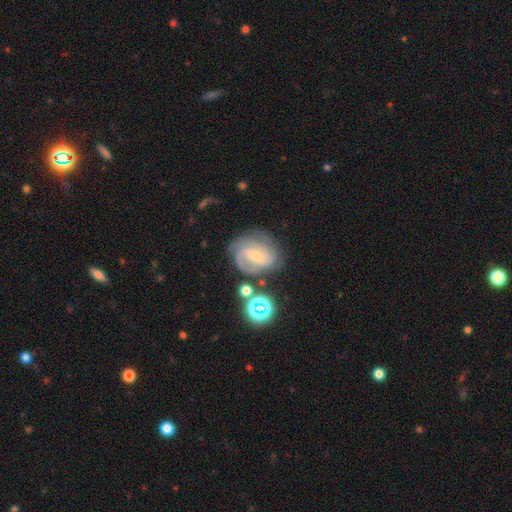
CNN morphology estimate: Q: Smooth or featured?
A: featured or disk (77%); runner-up: smooth (14%)
Q: Edge-on disk?
A: no (97%); runner-up: yes (3%)
Q: Bar?
A: weak (50%); runner-up: no (31%)
Q: Spiral arms?
A: yes (94%); runner-up: no (6%)
Q: Spiral winding?
A: tight (48%); runner-up: medium (40%)
Q: Spiral arm count?
A: 2 (42%); runner-up: can't tell (25%)
Q: Bulge size?
A: small (72%); runner-up: moderate (19%)
Q: Merging?
A: none (61%); runner-up: minor disturbance (21%)